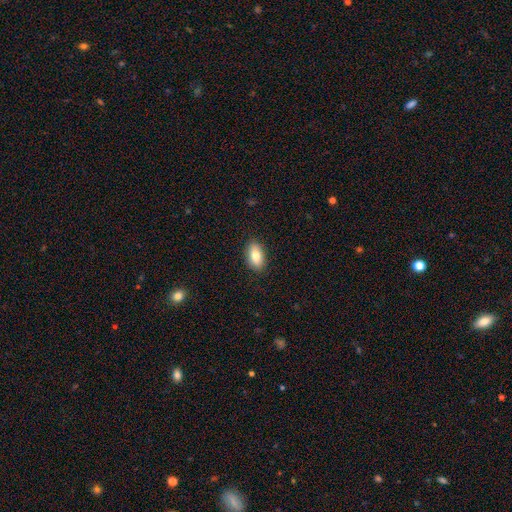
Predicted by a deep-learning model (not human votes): This is likely a smooth galaxy (80%). How rounded: clearly in between (90%). Merging: clearly none (88%).